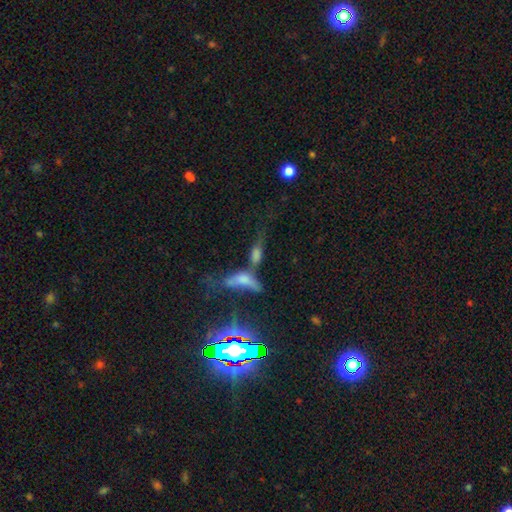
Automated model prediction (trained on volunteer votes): Smooth or featured?
  - smooth: 35% *
  - featured or disk: 33%
  - star or artifact: 32%
Merging?
  - merger: 47% *
  - none: 23%
  - major disturbance: 18%
  - minor disturbance: 12%